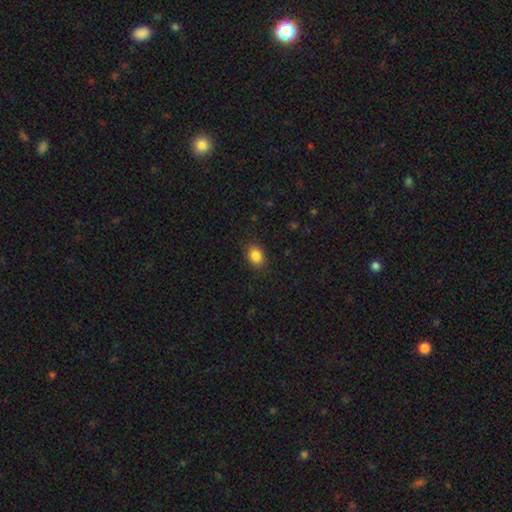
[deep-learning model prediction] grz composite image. It shows a smooth galaxy with no disk features (86%) that is in between round and cigar-shaped (59%). Merging: none (88%).